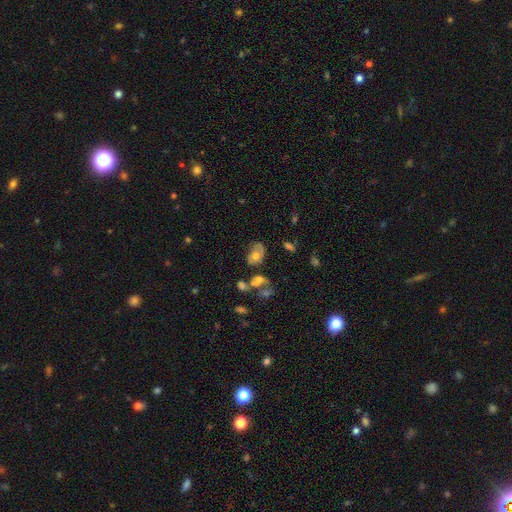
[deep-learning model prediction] Smooth or featured? smooth (53%)
How rounded? in between (77%)
Merging? none (37%)